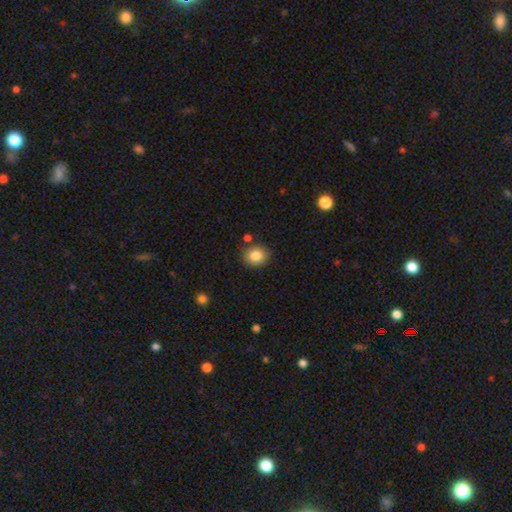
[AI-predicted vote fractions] This is clearly a smooth galaxy (84%). How rounded: likely round (67%). Merging: clearly none (82%).